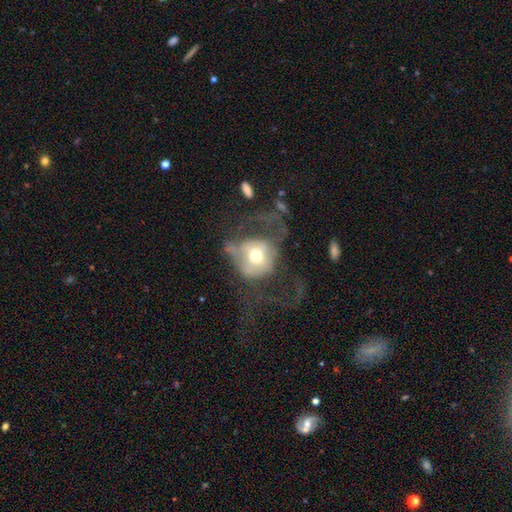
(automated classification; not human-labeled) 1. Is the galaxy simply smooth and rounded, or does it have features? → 46% featured or disk, 45% smooth, 9% star or artifact.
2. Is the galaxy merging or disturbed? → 61% major disturbance, 21% none, 12% minor disturbance, 6% merger.